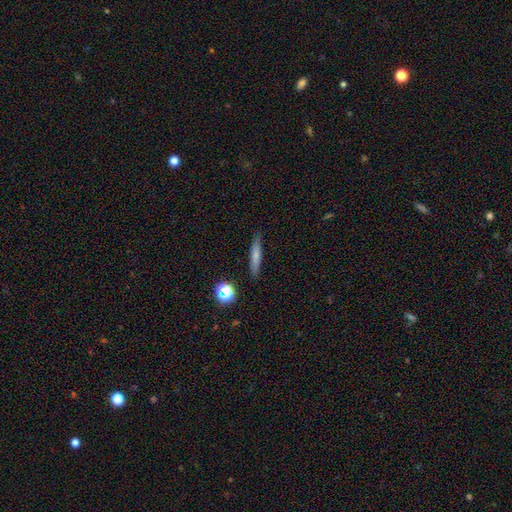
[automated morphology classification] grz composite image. It shows a smooth galaxy with no disk features (69%) that is cigar-shaped (88%). Merging: none (84%).